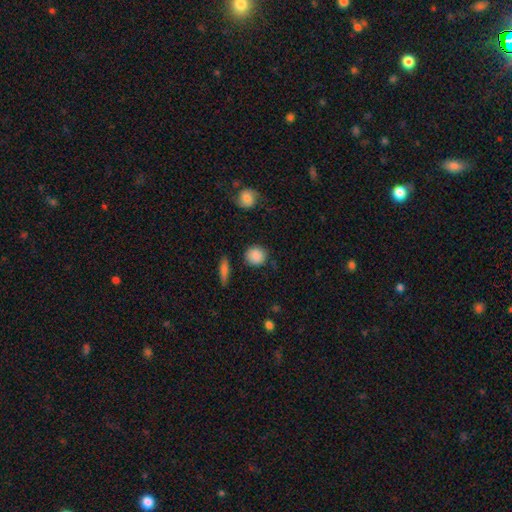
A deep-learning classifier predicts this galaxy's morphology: Smooth or featured? smooth (87%)
How rounded? round (88%)
Merging? none (85%)